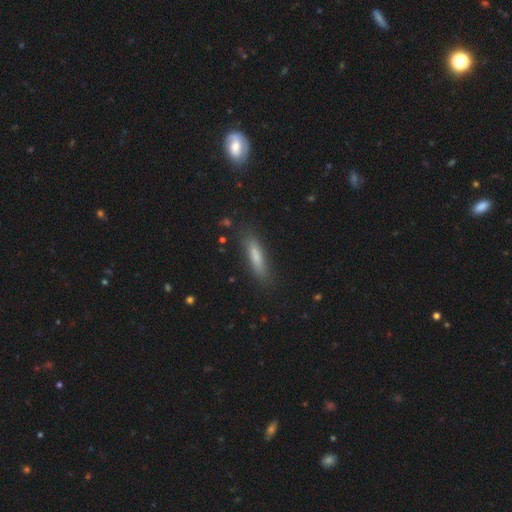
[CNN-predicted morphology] Smooth or featured?
  - smooth: 69% *
  - featured or disk: 22%
  - star or artifact: 9%
How rounded?
  - cigar-shaped: 78% *
  - in between: 20%
  - round: 2%
Merging?
  - none: 82% *
  - minor disturbance: 13%
  - major disturbance: 3%
  - merger: 2%